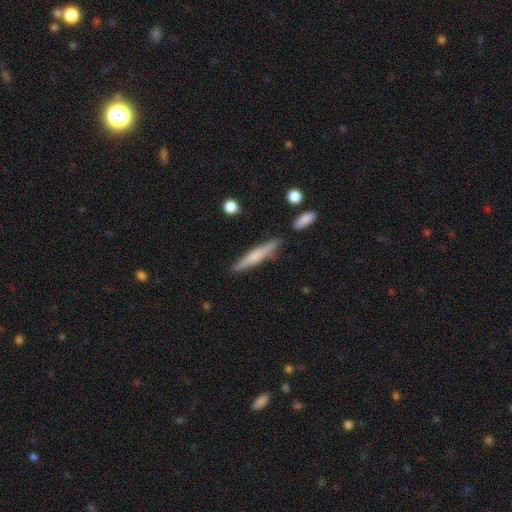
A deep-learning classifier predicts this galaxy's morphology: type=smooth (64%); roundness=cigar-shaped (92%); merging=none (82%).